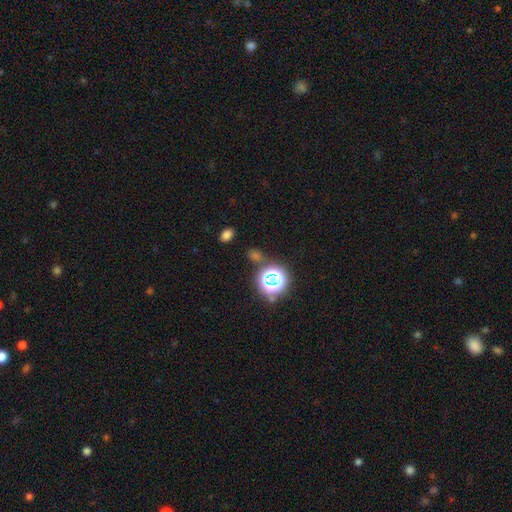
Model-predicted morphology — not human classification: Smooth or featured?
  - star or artifact: 50% *
  - smooth: 43%
  - featured or disk: 7%